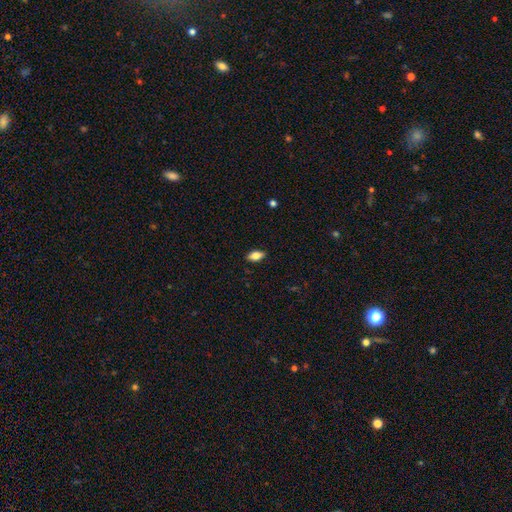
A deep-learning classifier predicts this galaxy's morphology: Smooth or featured?
  - smooth: 82% *
  - featured or disk: 10%
  - star or artifact: 8%
How rounded?
  - in between: 89% *
  - cigar-shaped: 7%
  - round: 4%
Merging?
  - none: 88% *
  - minor disturbance: 9%
  - major disturbance: 2%
  - merger: 1%